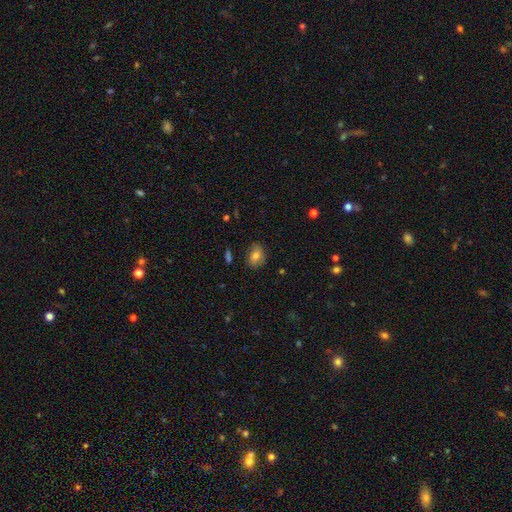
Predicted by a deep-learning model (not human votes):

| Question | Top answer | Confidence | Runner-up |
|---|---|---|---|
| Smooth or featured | smooth | 70% | featured or disk (19%) |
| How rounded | in between | 69% | round (29%) |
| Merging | none | 76% | minor disturbance (18%) |